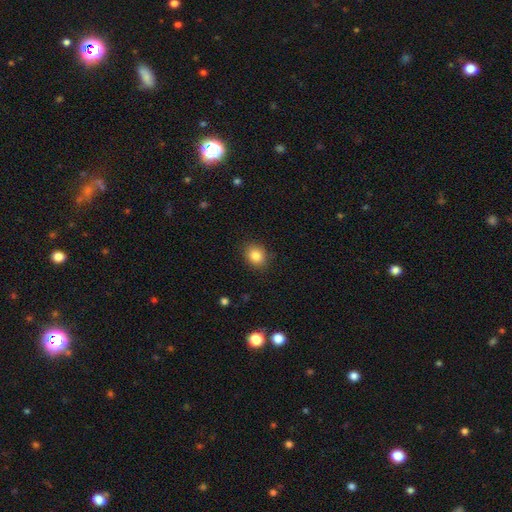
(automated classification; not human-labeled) Morphology: type=smooth (85%); roundness=round (58%); merging=none (87%).